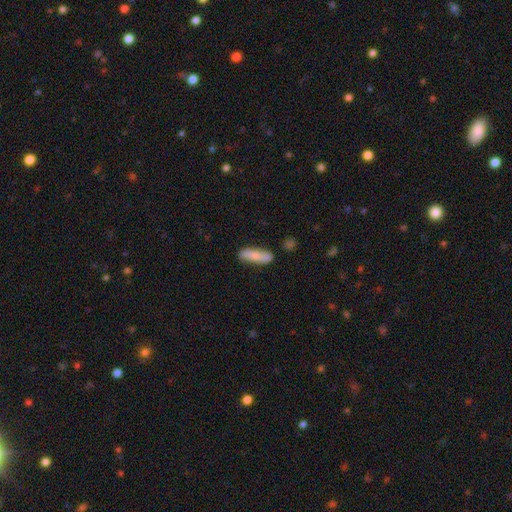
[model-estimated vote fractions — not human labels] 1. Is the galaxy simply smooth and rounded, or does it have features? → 77% smooth, 17% featured or disk, 6% star or artifact.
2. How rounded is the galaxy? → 53% cigar-shaped, 45% in between, 2% round.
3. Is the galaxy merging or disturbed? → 79% none, 15% minor disturbance, 4% merger, 3% major disturbance.